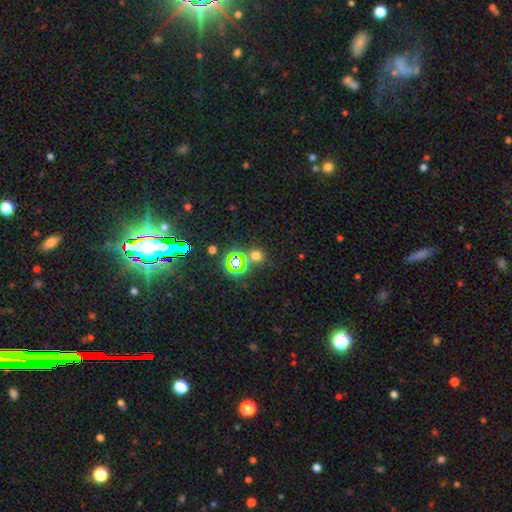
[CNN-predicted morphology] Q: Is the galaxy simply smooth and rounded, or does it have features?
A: smooth — 55%.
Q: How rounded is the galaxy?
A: round — 84%.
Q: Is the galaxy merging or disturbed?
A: none — 70%.